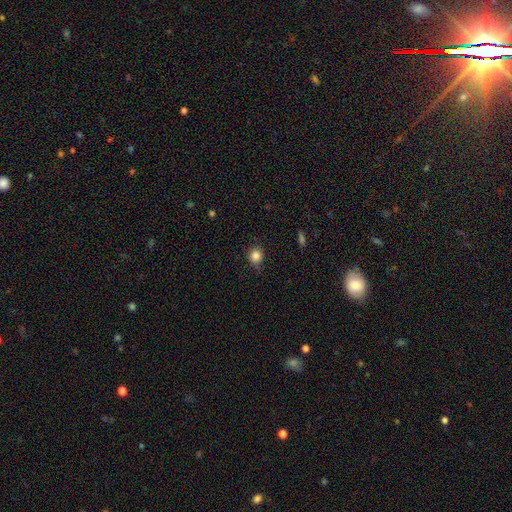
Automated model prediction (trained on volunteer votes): Smooth or featured: smooth — 84% (star or artifact — 11%)
How rounded: round — 84% (in between — 15%)
Merging: none — 77% (minor disturbance — 18%)